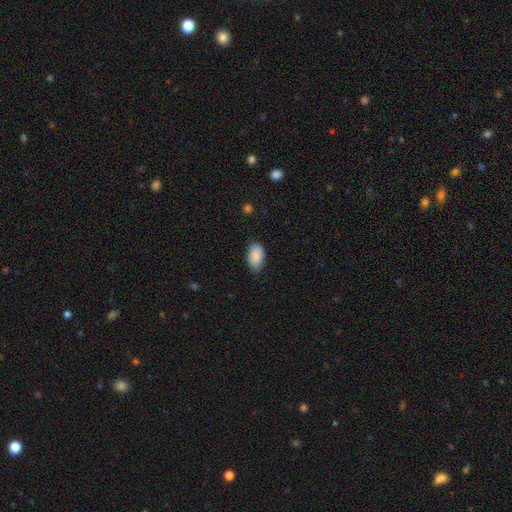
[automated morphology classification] Q: Smooth or featured?
A: smooth (89%); runner-up: star or artifact (6%)
Q: How rounded?
A: in between (94%); runner-up: round (5%)
Q: Merging?
A: none (79%); runner-up: minor disturbance (17%)